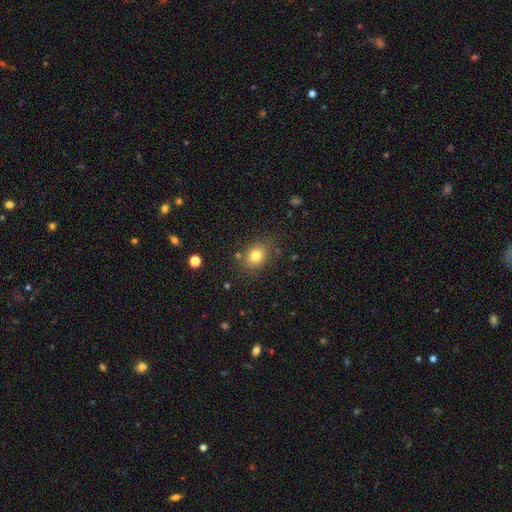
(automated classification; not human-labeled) smooth-or-featured: smooth: 79% | star or artifact: 13% | featured or disk: 8%
  how-rounded: round: 57% | in between: 42% | cigar-shaped: 1%
  merging: none: 80% | minor disturbance: 13% | major disturbance: 4% | merger: 3%